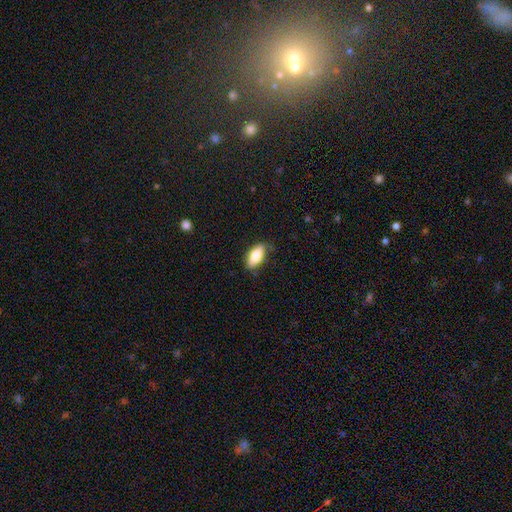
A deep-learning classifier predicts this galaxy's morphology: This is likely a smooth galaxy (77%). How rounded: clearly in between (84%). Merging: likely none (79%).